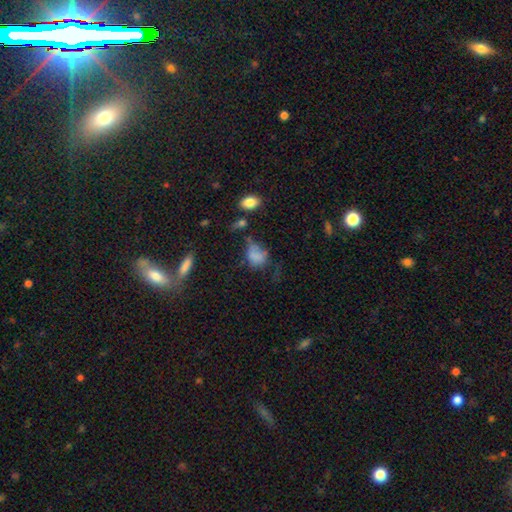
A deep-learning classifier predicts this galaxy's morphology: Smooth or featured? Predicted: smooth (p=0.72). How rounded? Predicted: in between (p=0.68). Merging? Predicted: none (p=0.32).